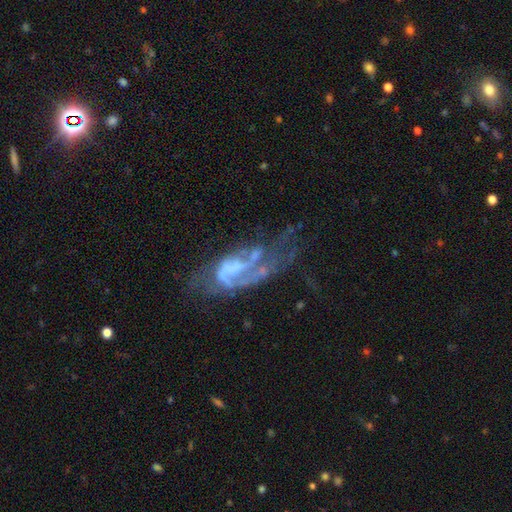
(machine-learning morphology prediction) This is likely a featured or disk galaxy (75%). It is clearly not viewed edge-on (96%). Bar: possibly no (58%). Spiral arm pattern: likely yes (68%). Central bulge: possibly none (51%). Merging: possibly major disturbance (46%).